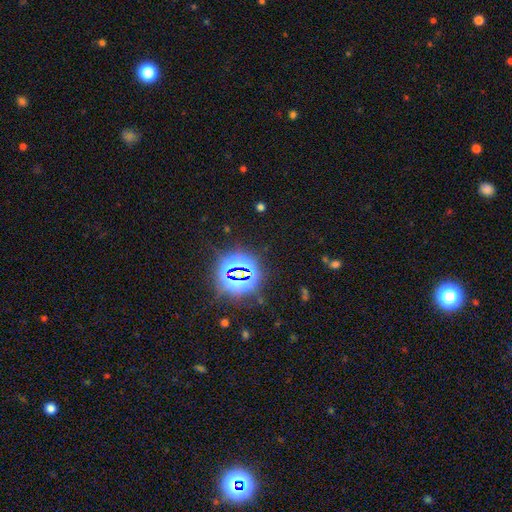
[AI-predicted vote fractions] A star or artifact, not a galaxy (80%).

Vote fractions:
- Smooth or featured? star or artifact: 80% / smooth: 13% / featured or disk: 7%